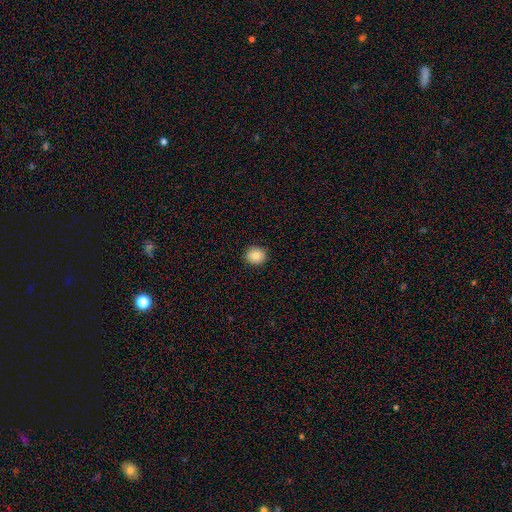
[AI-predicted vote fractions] This is clearly a smooth galaxy (84%). How rounded: clearly round (86%). Merging: clearly none (91%).